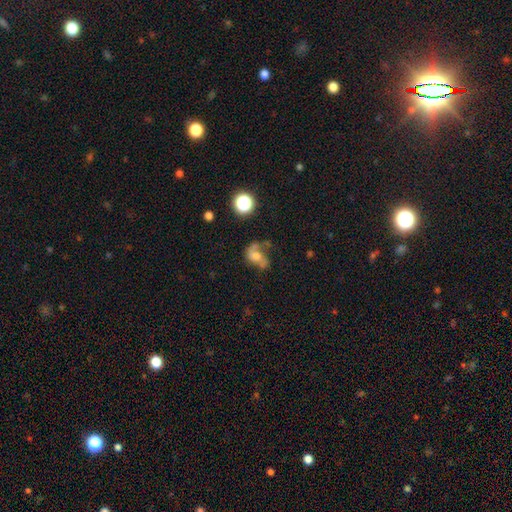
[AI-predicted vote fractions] smooth-or-featured: featured or disk: 46% | smooth: 38% | star or artifact: 16%
  merging: none: 33% | major disturbance: 32% | minor disturbance: 22% | merger: 14%